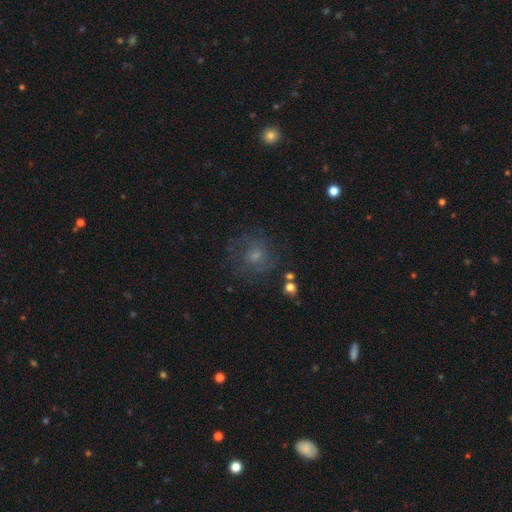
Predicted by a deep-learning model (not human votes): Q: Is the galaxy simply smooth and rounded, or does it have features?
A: featured or disk — 47%.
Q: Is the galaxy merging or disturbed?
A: none — 66%.